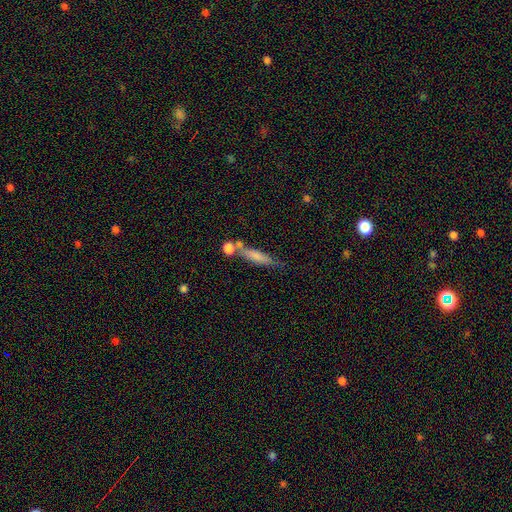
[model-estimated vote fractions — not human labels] Morphology: type=smooth (64%); roundness=cigar-shaped (80%); merging=none (60%).